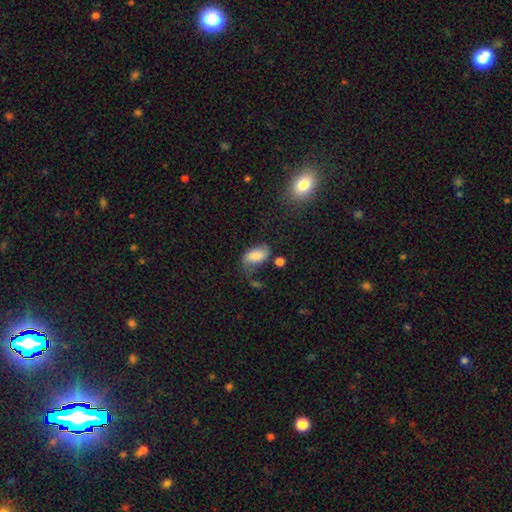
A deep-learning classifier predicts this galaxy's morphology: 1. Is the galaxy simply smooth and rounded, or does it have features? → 70% smooth, 20% featured or disk, 9% star or artifact.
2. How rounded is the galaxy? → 93% in between, 5% round, 2% cigar-shaped.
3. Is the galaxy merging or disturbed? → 42% none, 30% minor disturbance, 20% major disturbance, 8% merger.